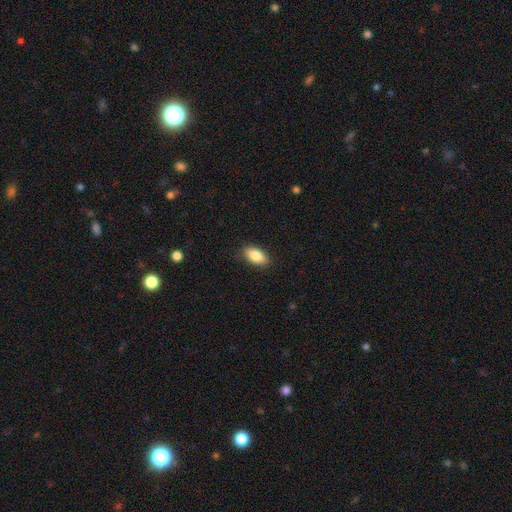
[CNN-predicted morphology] Smooth or featured?
  - smooth: 85% *
  - featured or disk: 8%
  - star or artifact: 7%
How rounded?
  - in between: 92% *
  - cigar-shaped: 4%
  - round: 4%
Merging?
  - none: 87% *
  - minor disturbance: 9%
  - major disturbance: 2%
  - merger: 1%